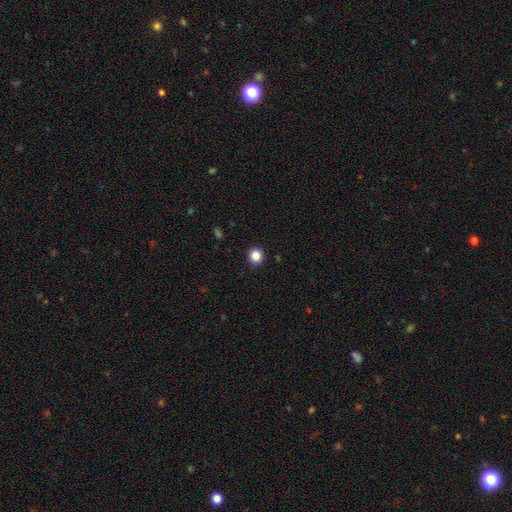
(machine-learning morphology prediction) type=smooth (85%); roundness=round (92%); merging=none (93%).